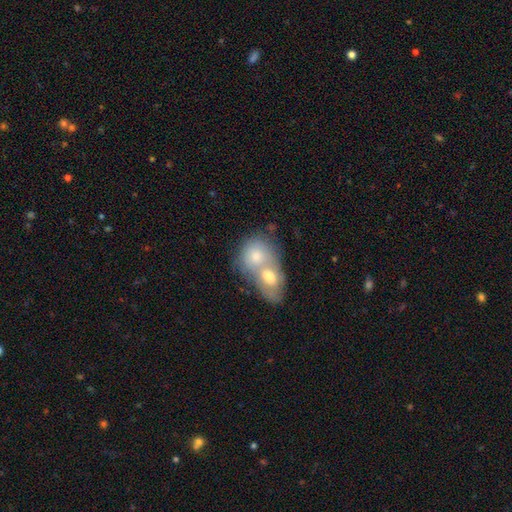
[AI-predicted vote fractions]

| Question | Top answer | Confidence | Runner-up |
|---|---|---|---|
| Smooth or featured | smooth | 67% | featured or disk (27%) |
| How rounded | round | 50% | in between (48%) |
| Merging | merger | 72% | none (19%) |